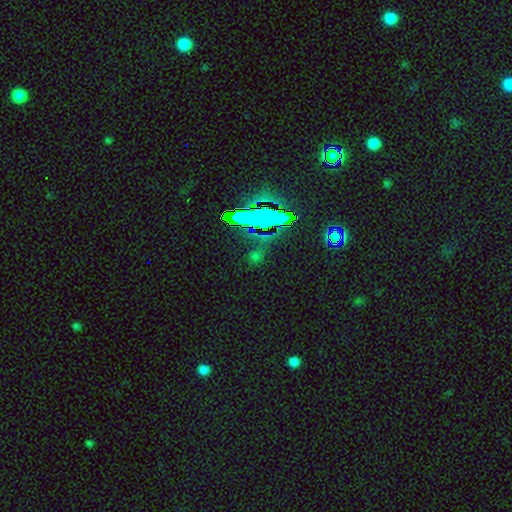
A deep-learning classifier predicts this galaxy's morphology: This appears to be a star or artifact, not a galaxy (62%).